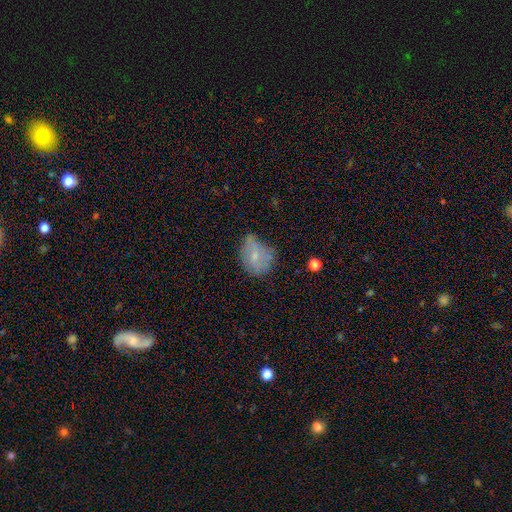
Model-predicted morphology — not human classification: smooth 60%, featured or disk 29%, star or artifact 11%. Down the decision tree: how rounded — in between (57%); merging — none (39%).